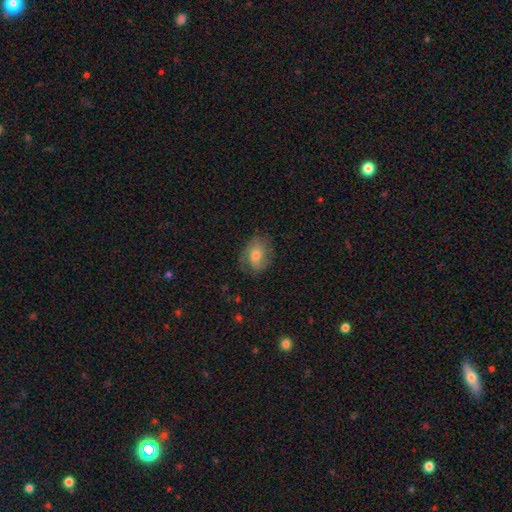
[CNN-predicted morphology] smooth-or-featured: smooth: 60% | featured or disk: 32% | star or artifact: 8%
  how-rounded: in between: 66% | round: 33% | cigar-shaped: 1%
  merging: none: 70% | minor disturbance: 21% | major disturbance: 8% | merger: 1%